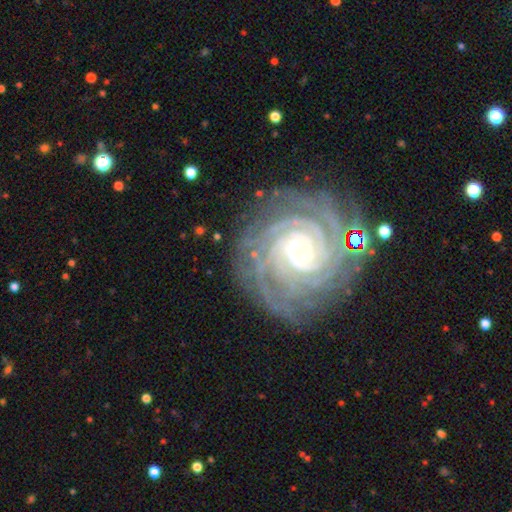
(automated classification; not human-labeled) smooth-or-featured: featured or disk: 91% | star or artifact: 5% | smooth: 4%
  disk-edge-on: no: 98% | yes: 2%
    bar: weak: 46% | strong: 28% | no: 25%
    has-spiral-arms: yes: 99% | no: 1%
      spiral-winding: tight: 84% | medium: 14% | loose: 2%
      spiral-arm-count: 4: 27% | can't tell: 18% | 3: 17% | more than 4: 16% | 2: 13% | 1: 8%
    bulge-size: small: 58% | moderate: 36% | large: 3% | none: 2% | dominant: 1%
  merging: none: 77% | minor disturbance: 14% | major disturbance: 6% | merger: 3%